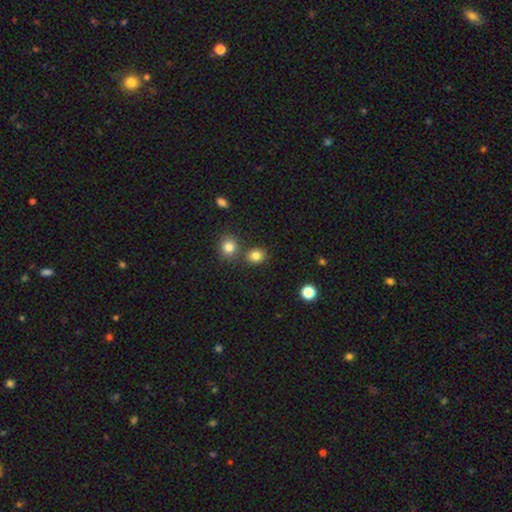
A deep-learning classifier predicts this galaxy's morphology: Overall: smooth (82%). How rounded: round (73%). Merging: none (74%).